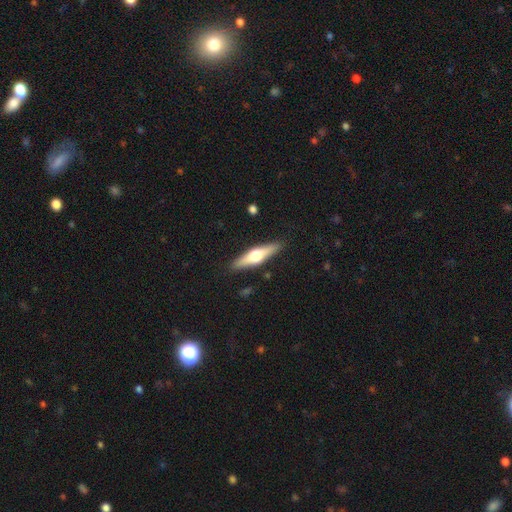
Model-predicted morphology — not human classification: Smooth or featured? Predicted: featured or disk (p=0.56). Edge-on disk? Predicted: yes (p=0.94). Edge-on bulge? Predicted: rounded (p=0.93). Merging? Predicted: none (p=0.88).